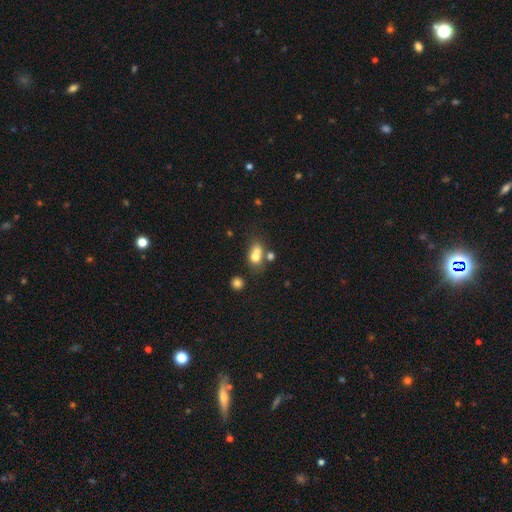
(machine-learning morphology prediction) smooth 70%, featured or disk 17%, star or artifact 13%. Down the decision tree: how rounded — in between (54%); merging — merger (53%).